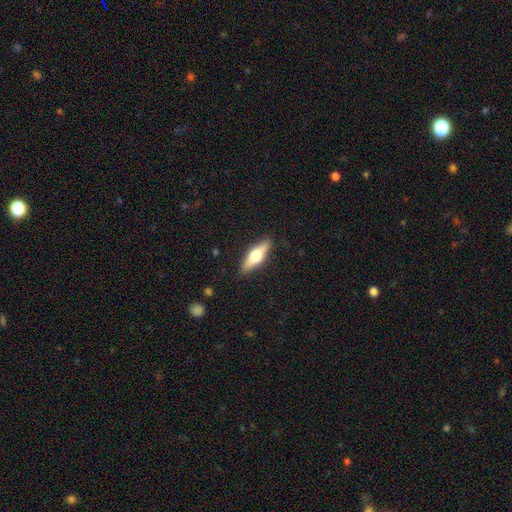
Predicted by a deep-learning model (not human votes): A featured or disk galaxy (55%) viewed edge-on (94%) with a rounded central bulge (95%).

Vote fractions:
- Smooth or featured? featured or disk: 55% / smooth: 39% / star or artifact: 6%
- Edge-on disk? yes: 94% / no: 6%
- Edge-on bulge? rounded: 95% / boxy: 3% / none: 2%
- Merging? none: 88% / minor disturbance: 9% / major disturbance: 2% / merger: 1%